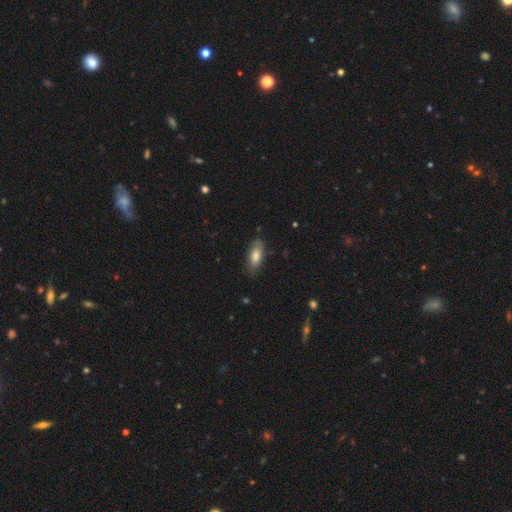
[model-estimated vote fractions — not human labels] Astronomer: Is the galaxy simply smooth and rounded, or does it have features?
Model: smooth — 79%.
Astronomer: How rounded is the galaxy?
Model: in between — 81%.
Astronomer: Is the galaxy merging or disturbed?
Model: none — 80%.